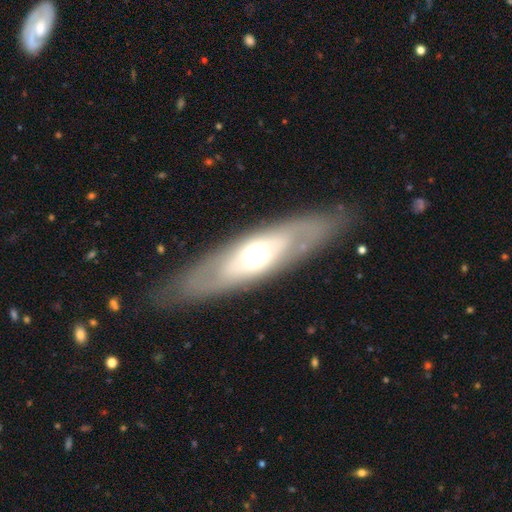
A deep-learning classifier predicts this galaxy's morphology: Smooth or featured: featured or disk — 56% (smooth — 37%)
Edge-on disk: no — 60% (yes — 40%)
Merging: none — 82% (minor disturbance — 11%)